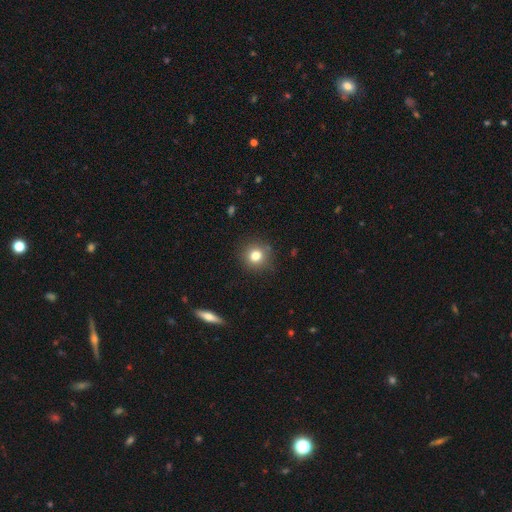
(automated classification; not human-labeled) Morphology: type=smooth (80%); roundness=round (91%); merging=none (88%).